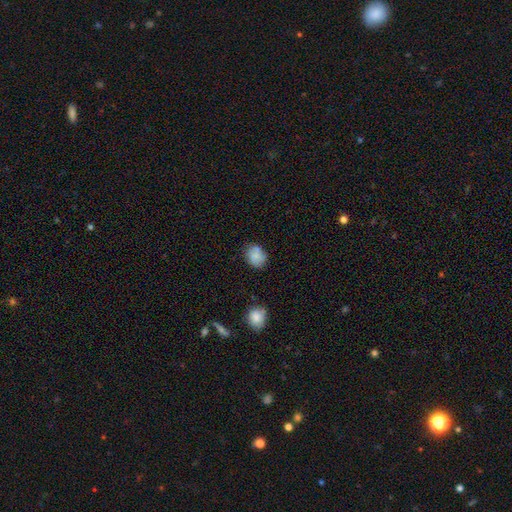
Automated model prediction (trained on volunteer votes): Smooth or featured? Predicted: smooth (p=0.69). How rounded? Predicted: in between (p=0.50). Merging? Predicted: none (p=0.65).